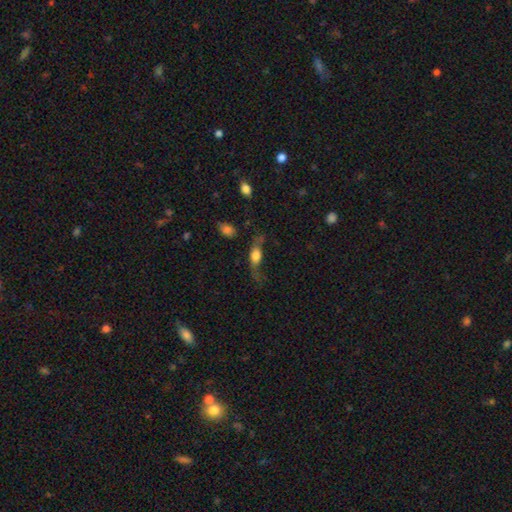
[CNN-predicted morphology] This is possibly a smooth galaxy (59%). How rounded: likely in between (65%). Merging: marginally major disturbance (37%).